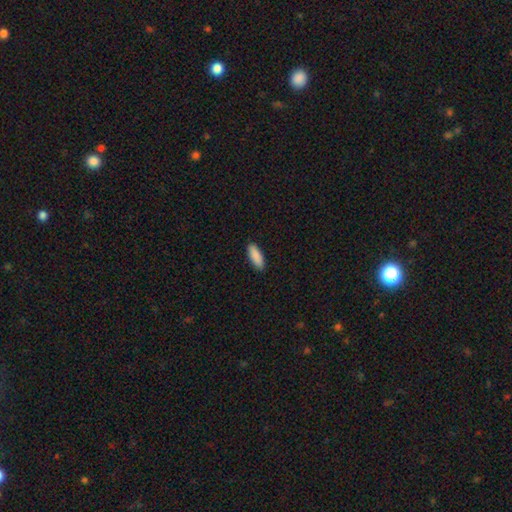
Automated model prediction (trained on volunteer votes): Q: Smooth or featured?
A: smooth (91%); runner-up: star or artifact (6%)
Q: How rounded?
A: in between (68%); runner-up: cigar-shaped (30%)
Q: Merging?
A: none (90%); runner-up: minor disturbance (7%)